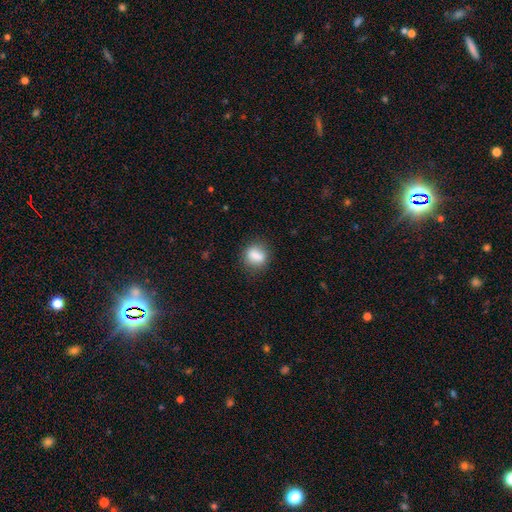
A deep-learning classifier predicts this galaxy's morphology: A smooth galaxy with no disk features (81%) that is round (50%). Merging: none (75%).